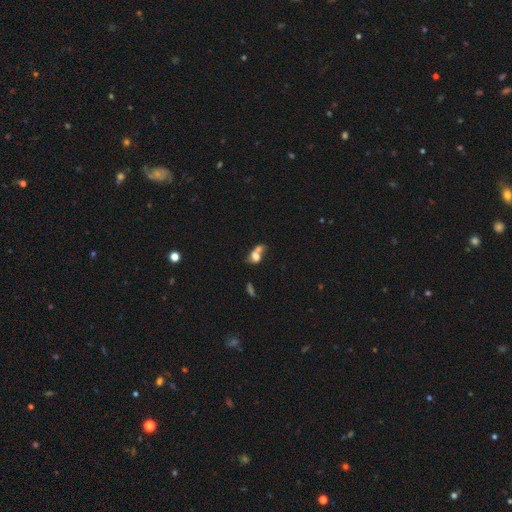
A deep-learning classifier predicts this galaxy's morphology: A smooth galaxy with no disk features (68%) that is in between round and cigar-shaped (55%).

Vote fractions:
- Smooth or featured? smooth: 68% / featured or disk: 20% / star or artifact: 12%
- How rounded? in between: 55% / round: 43% / cigar-shaped: 3%
- Merging? merger: 66% / none: 19% / minor disturbance: 8% / major disturbance: 7%